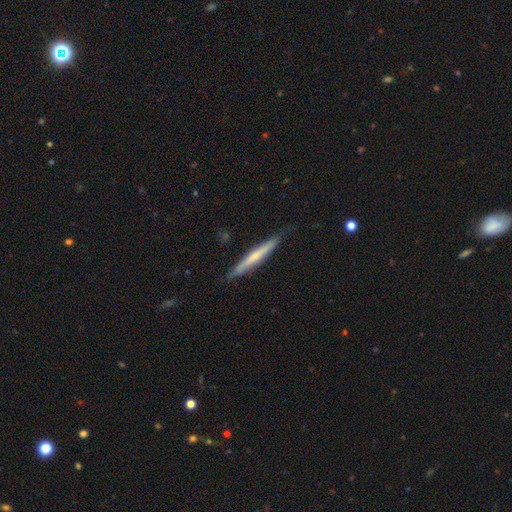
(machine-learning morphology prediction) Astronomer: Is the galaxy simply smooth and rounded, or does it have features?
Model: smooth — 51% (runner-up: featured or disk, 43%).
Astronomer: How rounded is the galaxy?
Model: cigar-shaped — 96%.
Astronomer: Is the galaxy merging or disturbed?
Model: none — 86%.